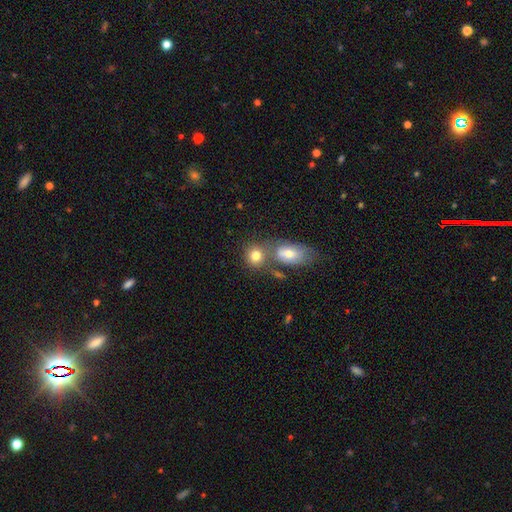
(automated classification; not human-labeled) Q: Smooth or featured?
A: smooth (79%); runner-up: featured or disk (12%)
Q: How rounded?
A: round (66%); runner-up: in between (32%)
Q: Merging?
A: none (47%); runner-up: merger (38%)